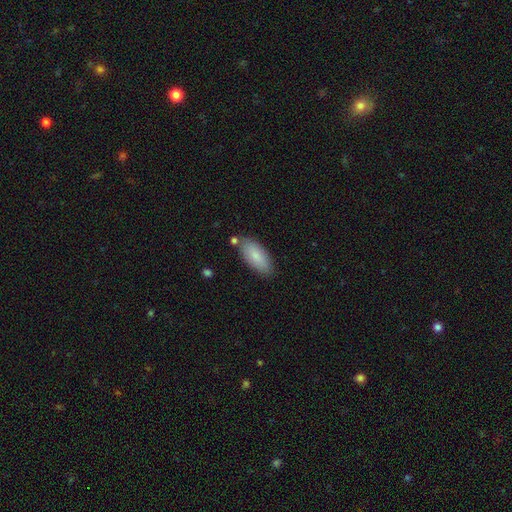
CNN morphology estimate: smooth_or_featured: smooth (p=0.84) [alt: featured or disk p=0.10]
how_rounded: in between (p=0.88) [alt: cigar-shaped p=0.10]
merging: none (p=0.78) [alt: minor disturbance p=0.14]